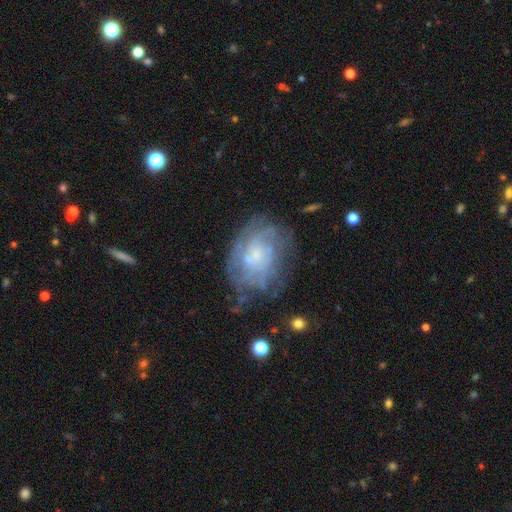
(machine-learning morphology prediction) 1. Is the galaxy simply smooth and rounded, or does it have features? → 67% featured or disk, 23% smooth, 10% star or artifact.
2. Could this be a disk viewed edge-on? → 97% no, 3% yes.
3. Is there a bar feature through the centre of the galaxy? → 76% no, 21% weak, 3% strong.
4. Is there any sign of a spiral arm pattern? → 70% yes, 30% no.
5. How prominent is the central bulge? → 54% small, 25% moderate, 14% none, 5% large, 1% dominant.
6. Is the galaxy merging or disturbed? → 60% none, 23% minor disturbance, 14% major disturbance, 3% merger.